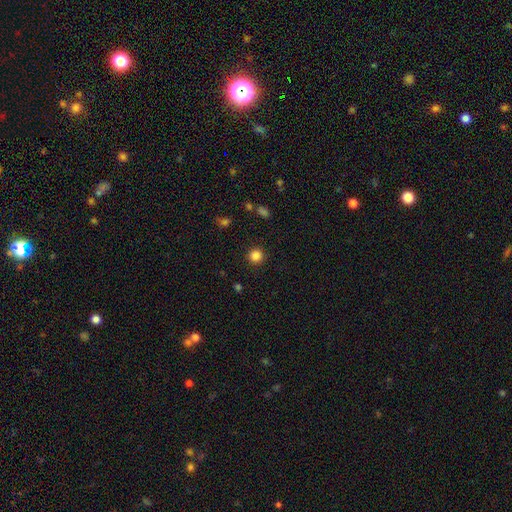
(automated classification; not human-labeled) Smooth or featured?
  - smooth: 84% *
  - star or artifact: 12%
  - featured or disk: 4%
How rounded?
  - round: 94% *
  - in between: 5%
  - cigar-shaped: 1%
Merging?
  - none: 92% *
  - minor disturbance: 5%
  - major disturbance: 2%
  - merger: 1%